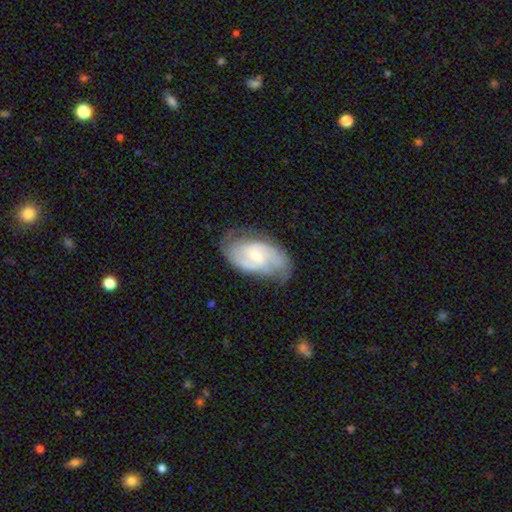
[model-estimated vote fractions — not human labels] A featured or disk galaxy (76%) with a weak bar (46%), 2 (74%) medium (47%) spiral arms (92%) and a small central bulge (58%).

Vote fractions:
- Smooth or featured? featured or disk: 76% / smooth: 18% / star or artifact: 6%
- Edge-on disk? no: 96% / yes: 4%
- Bar? weak: 46% / no: 45% / strong: 9%
- Spiral arms? yes: 92% / no: 8%
- Spiral winding? medium: 47% / tight: 31% / loose: 21%
- Spiral arm count? 2: 74% / can't tell: 15% / 3: 5% / 1: 3% / 4: 2% / more than 4: 2%
- Bulge size? small: 58% / moderate: 38% / large: 2% / none: 2% / dominant: 1%
- Merging? none: 67% / minor disturbance: 23% / major disturbance: 8% / merger: 1%